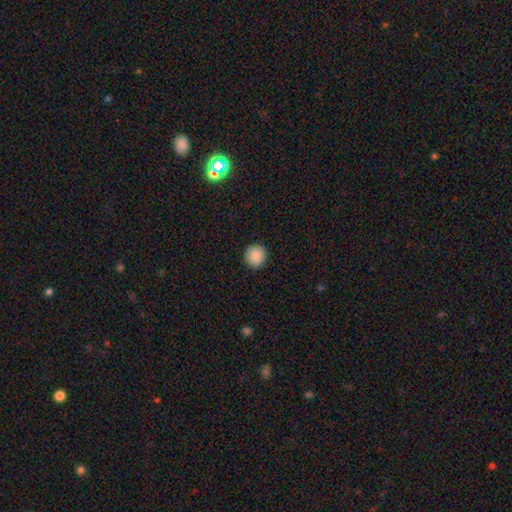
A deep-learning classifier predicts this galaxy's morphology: A smooth galaxy with no disk features (89%) that is round (94%).

Vote fractions:
- Smooth or featured? smooth: 89% / star or artifact: 8% / featured or disk: 3%
- How rounded? round: 94% / in between: 5% / cigar-shaped: 1%
- Merging? none: 92% / minor disturbance: 5% / major disturbance: 2% / merger: 1%